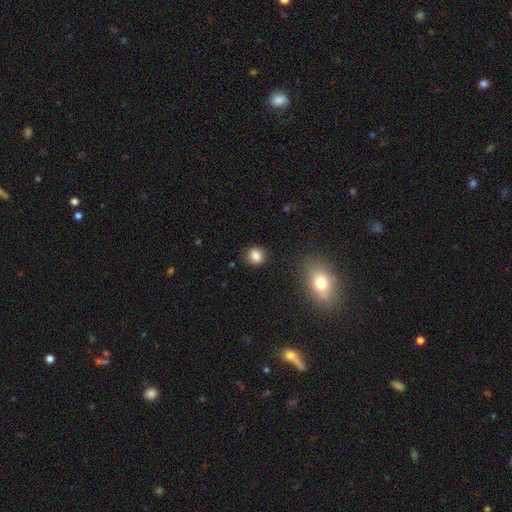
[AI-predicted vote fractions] smooth_or_featured: smooth (p=0.83) [alt: star or artifact p=0.11]
how_rounded: round (p=0.68) [alt: in between p=0.30]
merging: none (p=0.84) [alt: minor disturbance p=0.11]